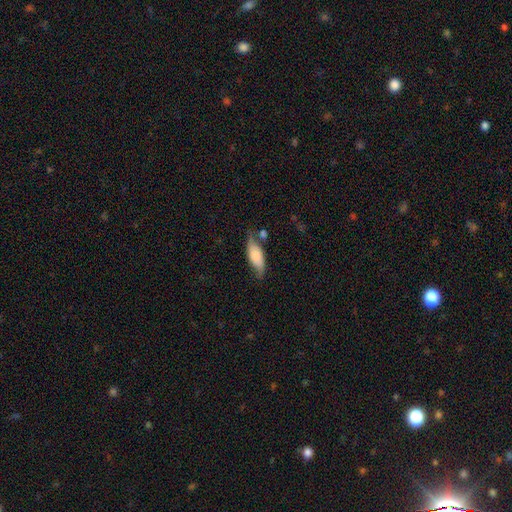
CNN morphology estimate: Smooth or featured: smooth — 61% (featured or disk — 32%)
How rounded: in between — 75% (cigar-shaped — 22%)
Merging: none — 51% (minor disturbance — 30%)